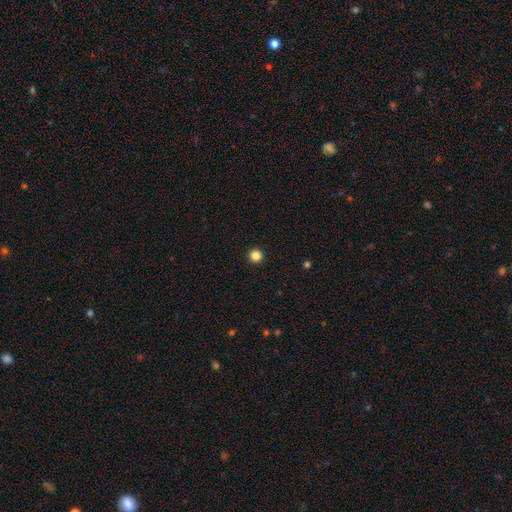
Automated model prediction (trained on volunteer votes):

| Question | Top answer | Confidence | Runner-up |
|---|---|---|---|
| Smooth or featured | smooth | 85% | star or artifact (12%) |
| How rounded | round | 96% | in between (3%) |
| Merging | none | 94% | minor disturbance (3%) |